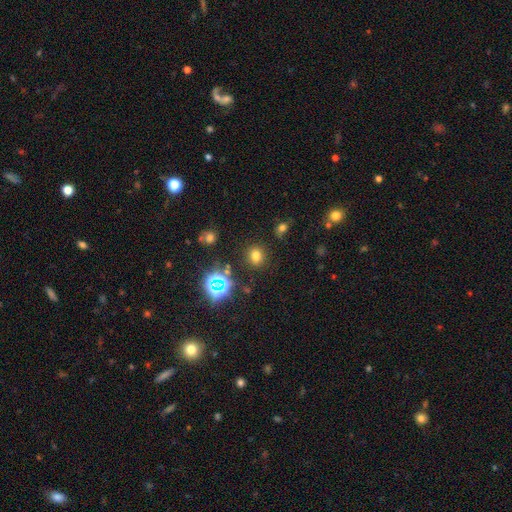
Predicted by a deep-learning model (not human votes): Smooth or featured? Predicted: smooth (p=0.71). How rounded? Predicted: round (p=0.76). Merging? Predicted: none (p=0.87).